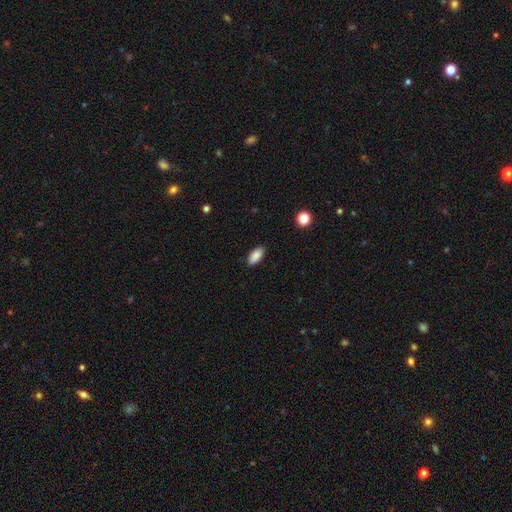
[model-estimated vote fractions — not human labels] A smooth galaxy with no disk features (89%) that is in between round and cigar-shaped (89%). Merging: none (87%).